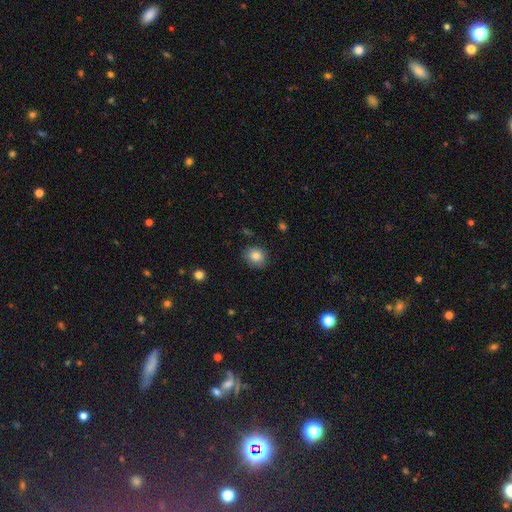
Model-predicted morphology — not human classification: Q: Smooth or featured?
A: smooth (83%); runner-up: star or artifact (9%)
Q: How rounded?
A: round (69%); runner-up: in between (30%)
Q: Merging?
A: none (84%); runner-up: minor disturbance (12%)